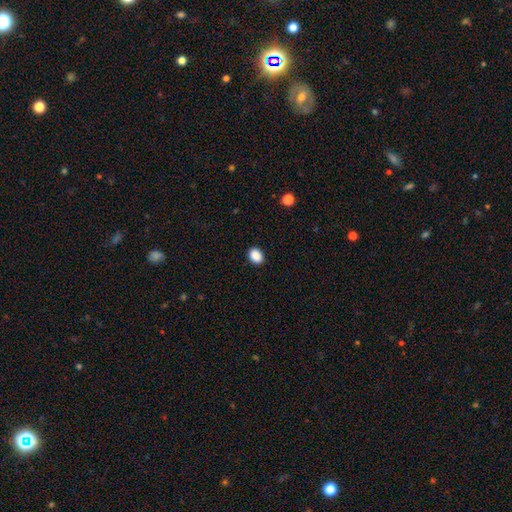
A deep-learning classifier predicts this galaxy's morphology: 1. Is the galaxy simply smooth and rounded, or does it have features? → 89% smooth, 9% star or artifact, 2% featured or disk.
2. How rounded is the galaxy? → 67% in between, 33% round, 1% cigar-shaped.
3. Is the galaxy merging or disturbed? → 91% none, 6% minor disturbance, 2% major disturbance, 1% merger.